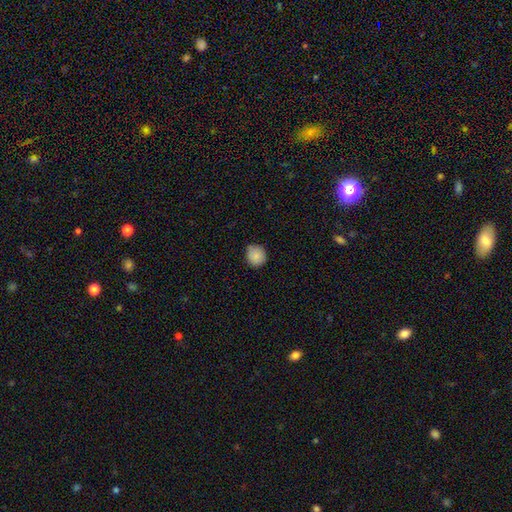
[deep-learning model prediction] This appears to be a smooth galaxy with no disk features (86%) that is round (86%). Merging: none (82%).